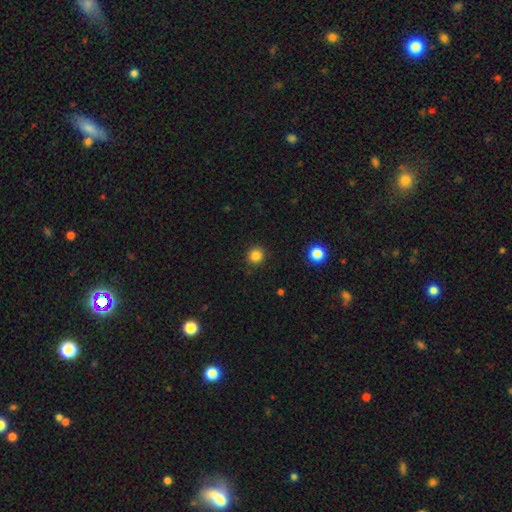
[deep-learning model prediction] Overall: smooth (83%). How rounded: round (93%). Merging: none (91%).